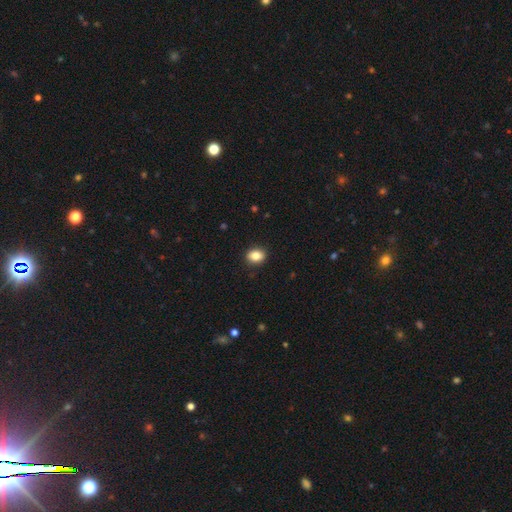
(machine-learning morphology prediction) A smooth galaxy with no disk features (86%) that is in between round and cigar-shaped (59%). Merging: none (89%).